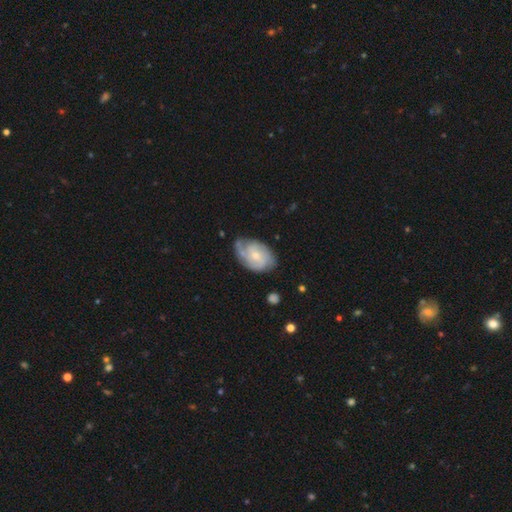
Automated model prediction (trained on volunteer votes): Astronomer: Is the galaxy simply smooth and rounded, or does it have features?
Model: featured or disk — 69%.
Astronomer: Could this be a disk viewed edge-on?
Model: no — 97%.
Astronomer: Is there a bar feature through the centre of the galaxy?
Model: no — 67%.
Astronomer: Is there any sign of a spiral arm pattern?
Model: yes — 89%.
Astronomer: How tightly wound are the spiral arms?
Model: tight — 50% (runner-up: medium, 36%).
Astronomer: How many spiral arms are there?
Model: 2 — 36% (runner-up: can't tell, 31%).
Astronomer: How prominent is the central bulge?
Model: small — 62%.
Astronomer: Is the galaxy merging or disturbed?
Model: none — 58%.